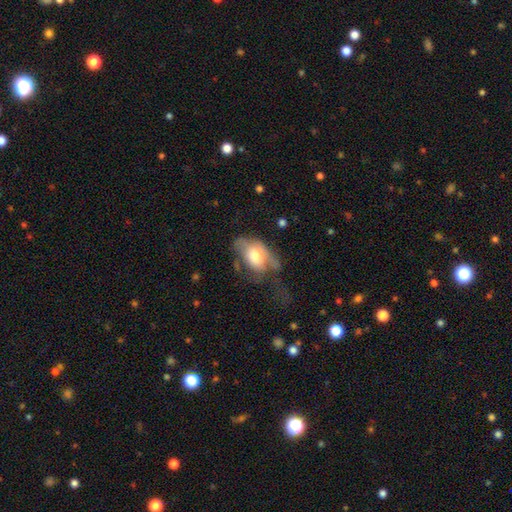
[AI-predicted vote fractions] Smooth or featured?
  - smooth: 58% *
  - featured or disk: 35%
  - star or artifact: 7%
How rounded?
  - in between: 88% *
  - round: 10%
  - cigar-shaped: 2%
Merging?
  - major disturbance: 46% *
  - minor disturbance: 27%
  - none: 22%
  - merger: 5%